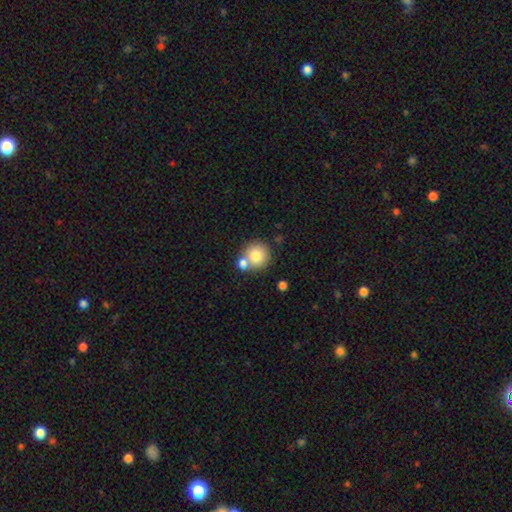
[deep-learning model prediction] Morphology: type=smooth (80%); roundness=round (90%); merging=none (55%).